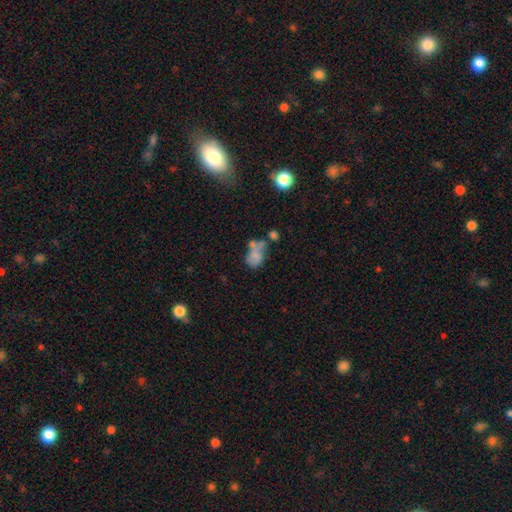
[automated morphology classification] This appears to be a smooth galaxy with no disk features (62%) that is in between round and cigar-shaped (77%). Merging: merger (37%).